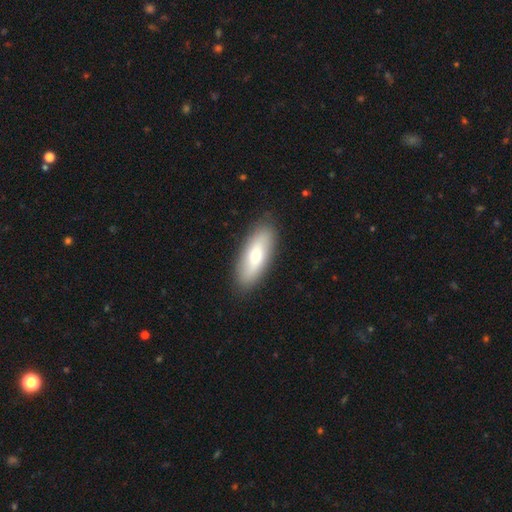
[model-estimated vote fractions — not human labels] Smooth or featured?
  - smooth: 59% *
  - featured or disk: 35%
  - star or artifact: 6%
How rounded?
  - in between: 72% *
  - cigar-shaped: 25%
  - round: 3%
Merging?
  - none: 89% *
  - minor disturbance: 8%
  - major disturbance: 2%
  - merger: 1%